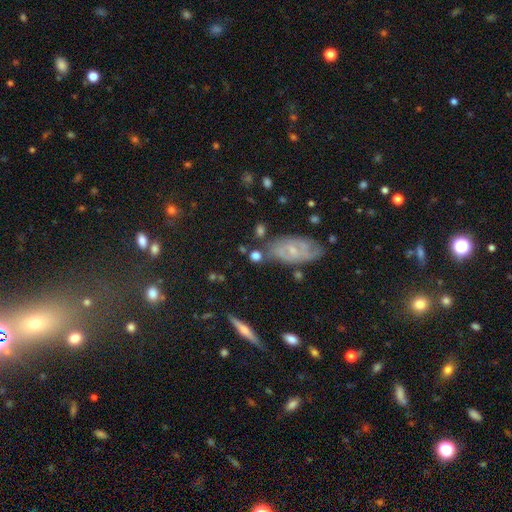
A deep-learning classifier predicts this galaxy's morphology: Smooth or featured: smooth — 65% (featured or disk — 24%)
How rounded: round — 62% (in between — 33%)
Merging: none — 63% (minor disturbance — 17%)